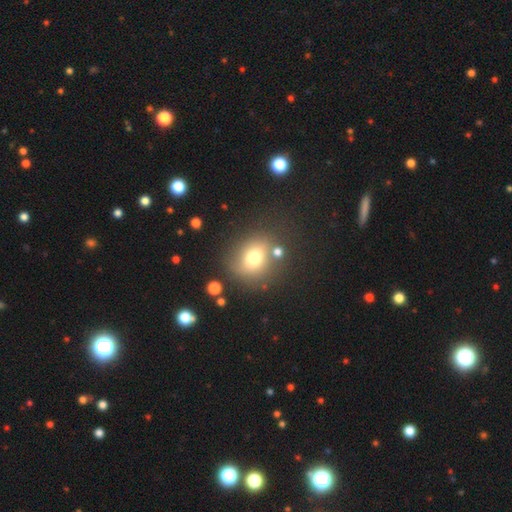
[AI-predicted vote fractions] Smooth or featured? smooth (72%)
How rounded? round (61%)
Merging? none (70%)